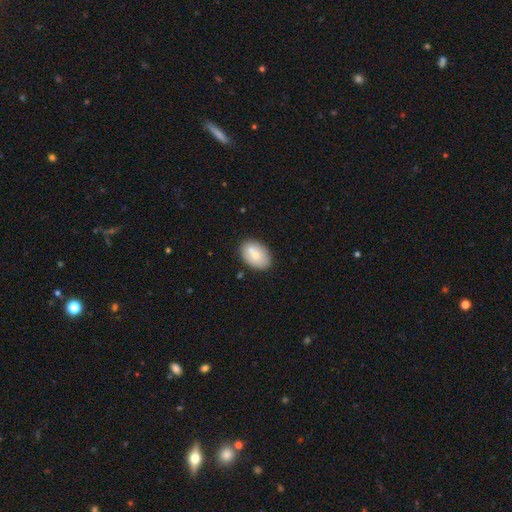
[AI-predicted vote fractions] Morphology: type=smooth (73%); roundness=in between (88%); merging=none (69%).